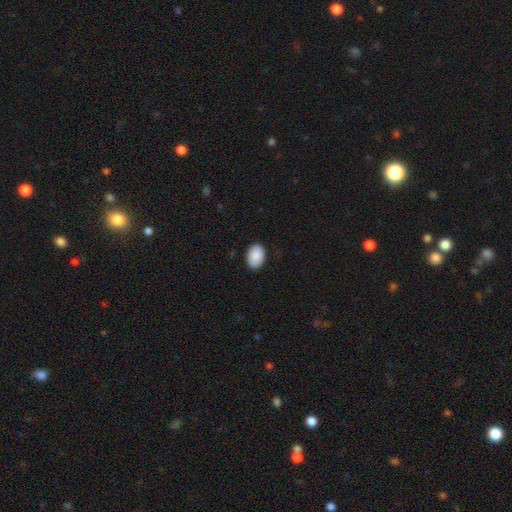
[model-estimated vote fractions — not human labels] smooth-or-featured: smooth: 90% | star or artifact: 6% | featured or disk: 3%
  how-rounded: in between: 83% | round: 16% | cigar-shaped: 1%
  merging: none: 89% | minor disturbance: 8% | major disturbance: 2% | merger: 1%